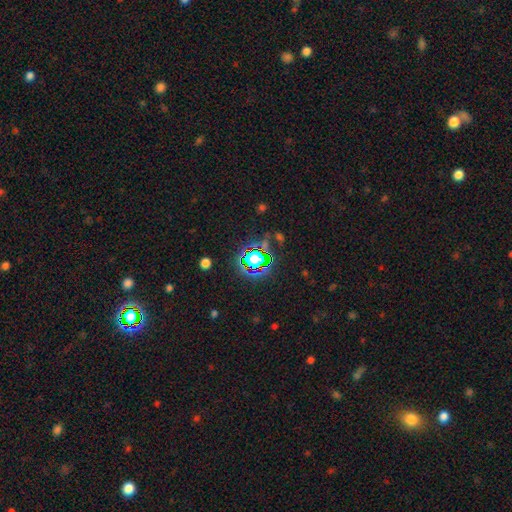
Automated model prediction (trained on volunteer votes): This is likely a star or artifact rather than a galaxy (71%).